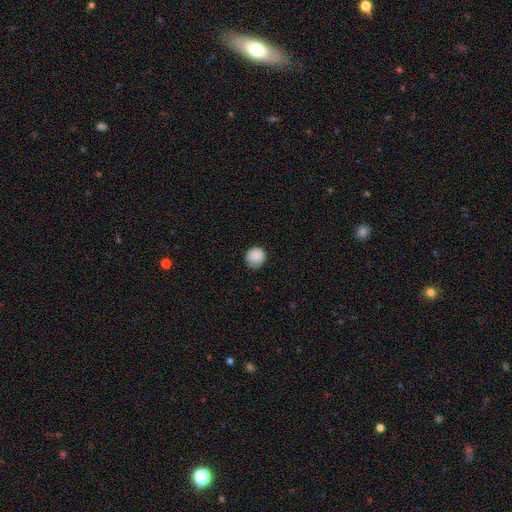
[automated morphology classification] Smooth or featured? smooth (88%)
How rounded? round (89%)
Merging? none (79%)